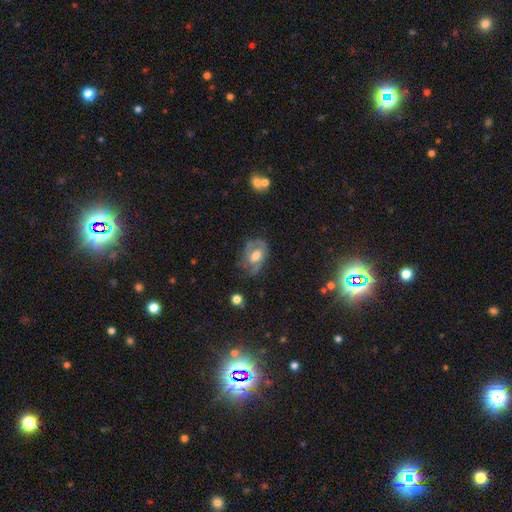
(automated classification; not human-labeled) Q: Smooth or featured?
A: featured or disk (61%); runner-up: smooth (31%)
Q: Edge-on disk?
A: no (95%); runner-up: yes (5%)
Q: Bar?
A: no (55%); runner-up: weak (35%)
Q: Spiral arms?
A: yes (62%); runner-up: no (38%)
Q: Bulge size?
A: moderate (65%); runner-up: large (18%)
Q: Merging?
A: none (52%); runner-up: minor disturbance (29%)